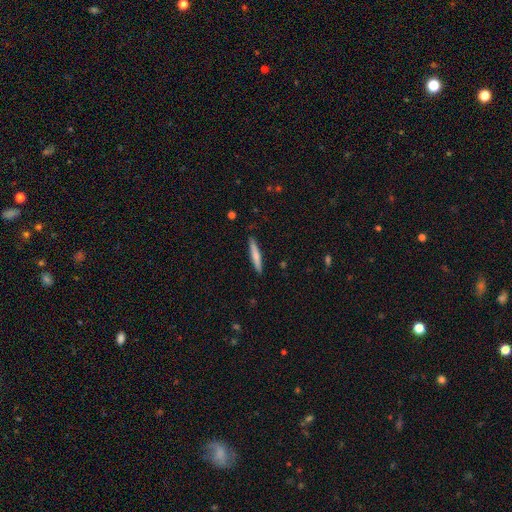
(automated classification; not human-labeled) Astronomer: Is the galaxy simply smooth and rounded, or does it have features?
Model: smooth — 68%.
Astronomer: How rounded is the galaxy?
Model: cigar-shaped — 94%.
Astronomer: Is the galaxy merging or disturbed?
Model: none — 90%.